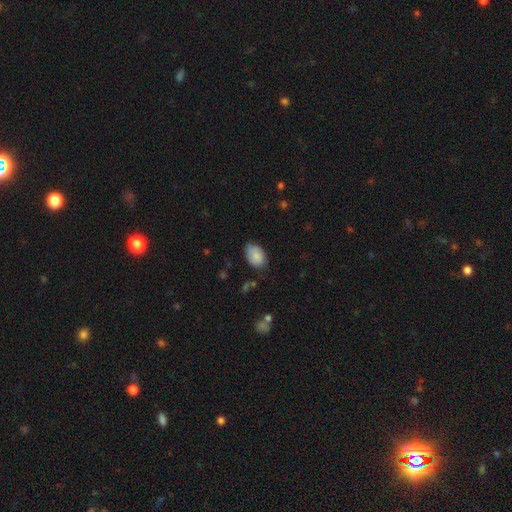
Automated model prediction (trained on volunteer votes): A smooth galaxy with no disk features (85%) that is in between round and cigar-shaped (84%).

Vote fractions:
- Smooth or featured? smooth: 85% / featured or disk: 8% / star or artifact: 7%
- How rounded? in between: 84% / round: 15% / cigar-shaped: 1%
- Merging? none: 67% / minor disturbance: 26% / major disturbance: 5% / merger: 2%